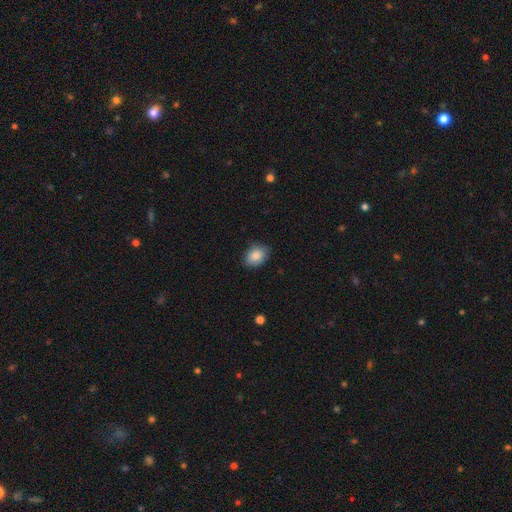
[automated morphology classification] Smooth or featured?
  - smooth: 86% *
  - star or artifact: 8%
  - featured or disk: 6%
How rounded?
  - in between: 71% *
  - round: 27%
  - cigar-shaped: 1%
Merging?
  - none: 83% *
  - minor disturbance: 14%
  - major disturbance: 2%
  - merger: 1%